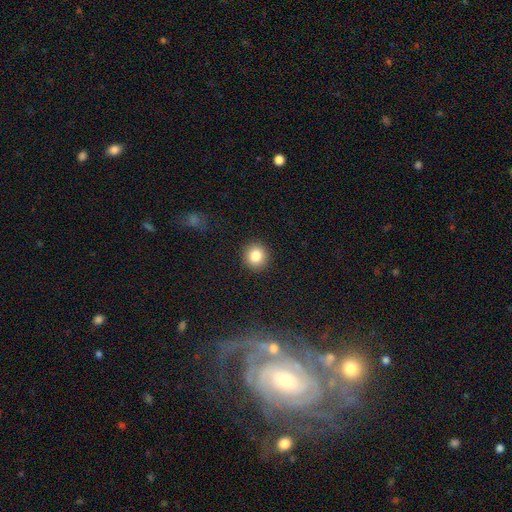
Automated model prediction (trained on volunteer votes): Smooth or featured? Predicted: smooth (p=0.83). How rounded? Predicted: round (p=0.90). Merging? Predicted: none (p=0.91).